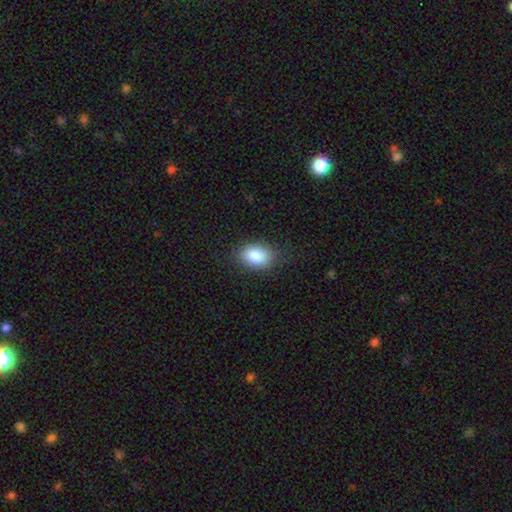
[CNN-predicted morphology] Smooth or featured: smooth — 85% (star or artifact — 8%)
How rounded: in between — 82% (round — 17%)
Merging: none — 83% (minor disturbance — 12%)